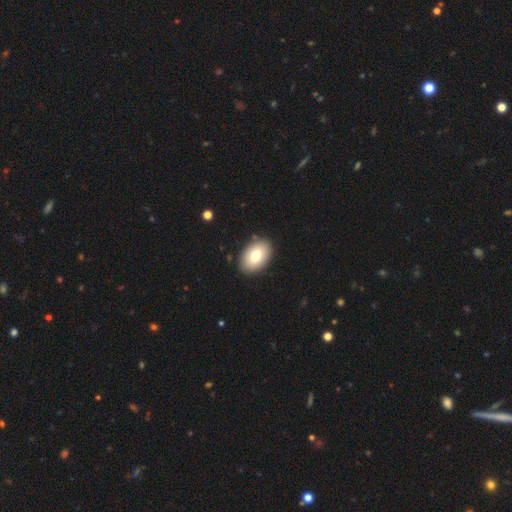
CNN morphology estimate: type=smooth (76%); roundness=in between (89%); merging=none (88%).